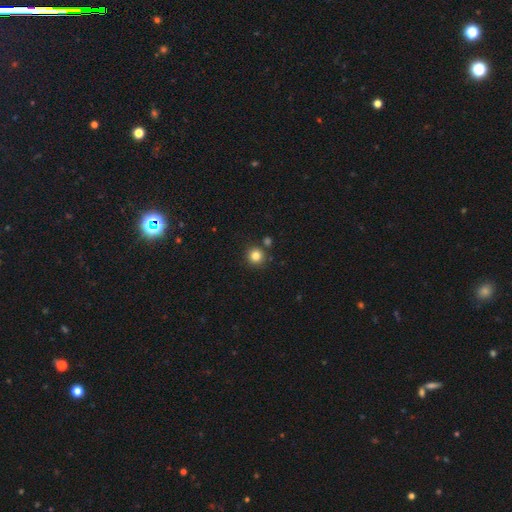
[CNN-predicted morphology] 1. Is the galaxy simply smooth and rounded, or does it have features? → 83% smooth, 12% star or artifact, 5% featured or disk.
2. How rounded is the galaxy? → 94% round, 5% in between, 1% cigar-shaped.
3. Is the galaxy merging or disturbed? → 85% none, 7% minor disturbance, 6% merger, 2% major disturbance.